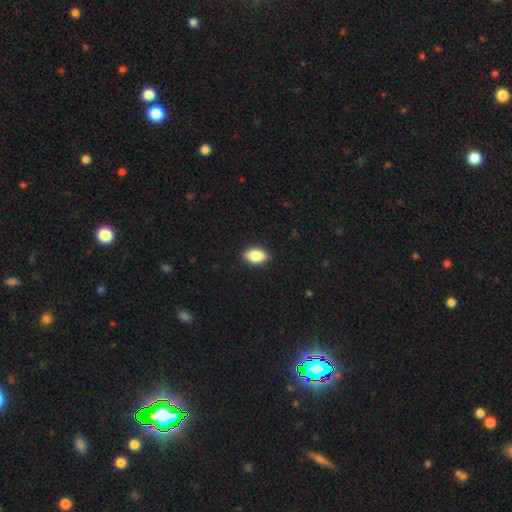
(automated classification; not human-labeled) A smooth galaxy with no disk features (86%) that is in between round and cigar-shaped (89%).

Vote fractions:
- Smooth or featured? smooth: 86% / star or artifact: 7% / featured or disk: 7%
- How rounded? in between: 89% / round: 9% / cigar-shaped: 2%
- Merging? none: 90% / minor disturbance: 7% / major disturbance: 2% / merger: 1%